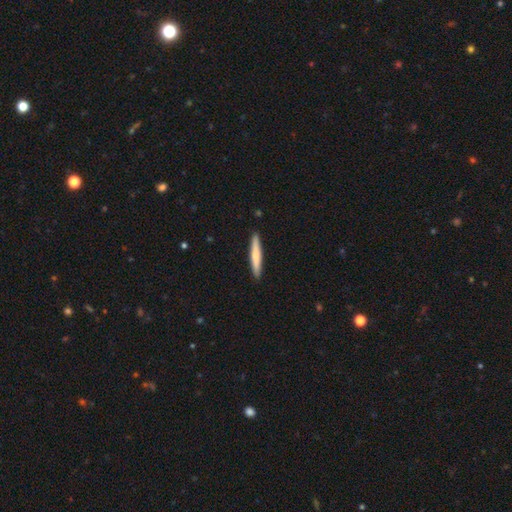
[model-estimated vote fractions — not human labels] smooth 67%, featured or disk 28%, star or artifact 5%. Down the decision tree: how rounded — cigar-shaped (94%); merging — none (91%).